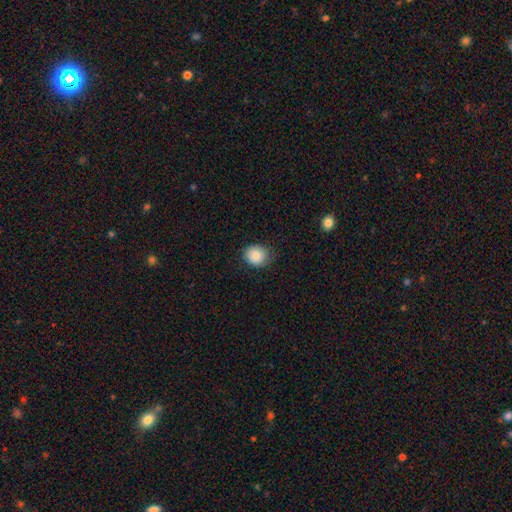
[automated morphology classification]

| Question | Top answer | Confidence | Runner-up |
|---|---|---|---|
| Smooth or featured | smooth | 83% | featured or disk (9%) |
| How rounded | round | 71% | in between (28%) |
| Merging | none | 72% | minor disturbance (22%) |